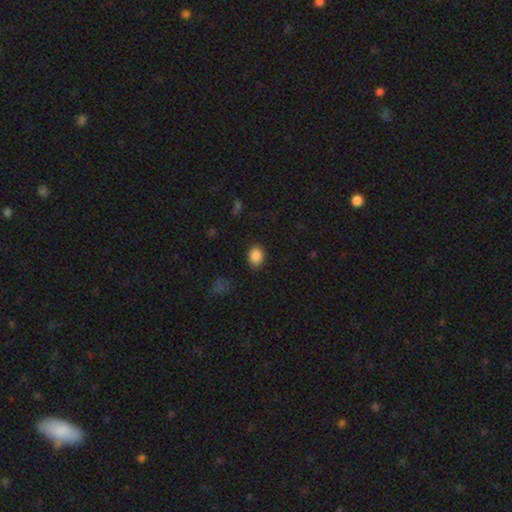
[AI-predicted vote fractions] Smooth or featured? smooth (88%)
How rounded? in between (57%)
Merging? none (85%)